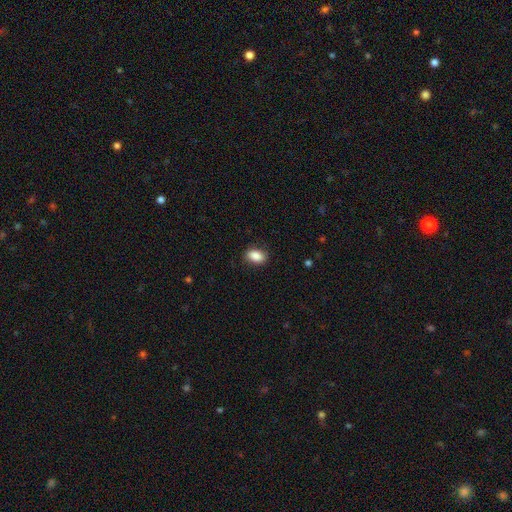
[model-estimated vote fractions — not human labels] Smooth or featured? Predicted: smooth (p=0.87). How rounded? Predicted: in between (p=0.86). Merging? Predicted: none (p=0.86).